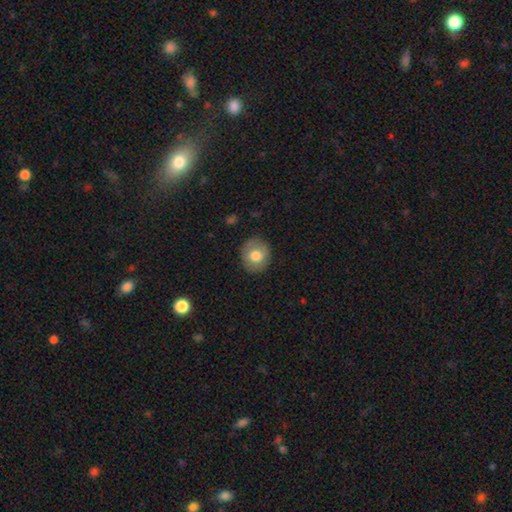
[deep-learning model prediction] Smooth or featured? Predicted: smooth (p=0.72). How rounded? Predicted: round (p=0.80). Merging? Predicted: none (p=0.85).